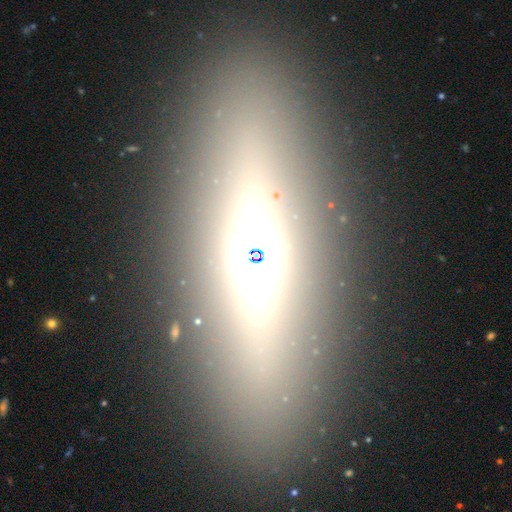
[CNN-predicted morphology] smooth-or-featured: featured or disk: 48% | smooth: 30% | star or artifact: 22%
  merging: none: 85% | minor disturbance: 8% | major disturbance: 4% | merger: 2%